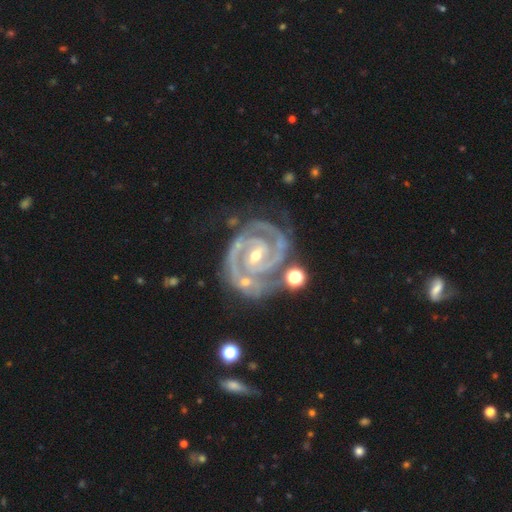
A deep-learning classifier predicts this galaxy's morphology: A featured or disk galaxy (94%) with a weak bar (39%), 2 (81%) tight (73%) spiral arms (99%) and a small central bulge (59%).

Vote fractions:
- Smooth or featured? featured or disk: 94% / star or artifact: 4% / smooth: 2%
- Edge-on disk? no: 98% / yes: 2%
- Bar? weak: 39% / strong: 32% / no: 29%
- Spiral arms? yes: 99% / no: 1%
- Spiral winding? tight: 73% / medium: 24% / loose: 3%
- Spiral arm count? 2: 81% / 3: 10% / can't tell: 3% / 4: 2% / 1: 2% / more than 4: 2%
- Bulge size? small: 59% / moderate: 38% / large: 1% / none: 1% / dominant: 1%
- Merging? none: 67% / minor disturbance: 19% / merger: 7% / major disturbance: 7%